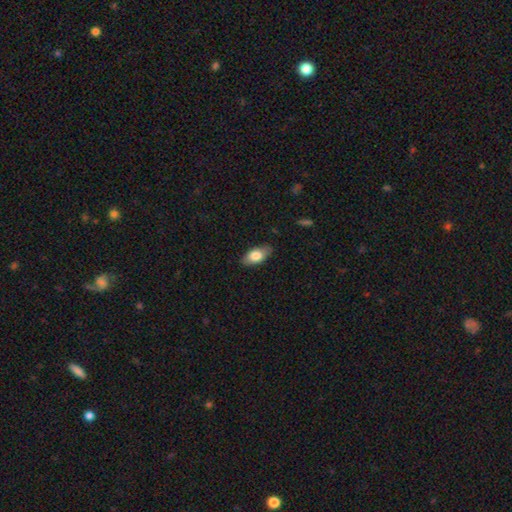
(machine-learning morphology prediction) Overall: smooth (77%). How rounded: in between (89%). Merging: none (83%).